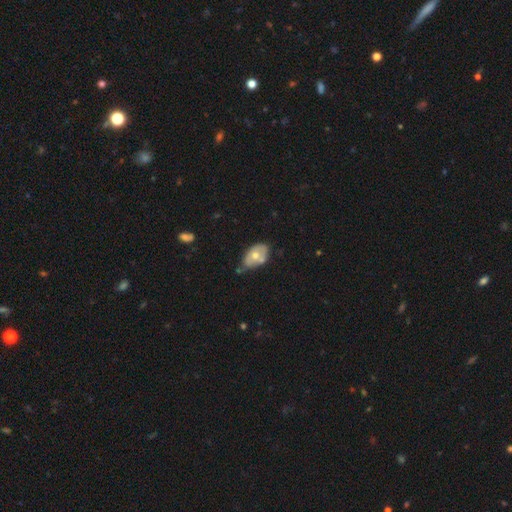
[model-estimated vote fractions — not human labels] smooth_or_featured: smooth (p=0.53) [alt: featured or disk p=0.40]
how_rounded: in between (p=0.87) [alt: round p=0.11]
merging: none (p=0.42) [alt: minor disturbance p=0.35]